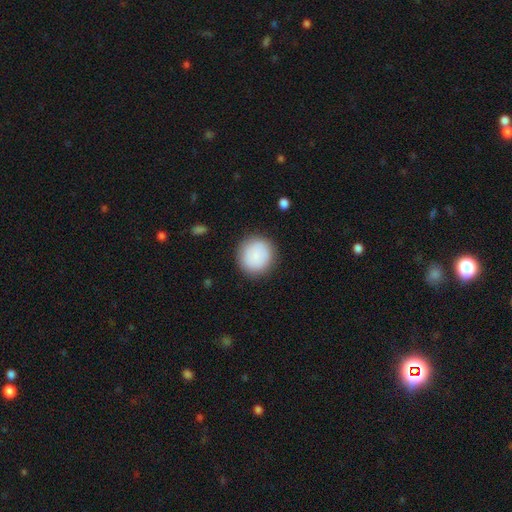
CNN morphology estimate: smooth 81%, featured or disk 13%, star or artifact 7%. Down the decision tree: how rounded — round (92%); merging — none (87%).